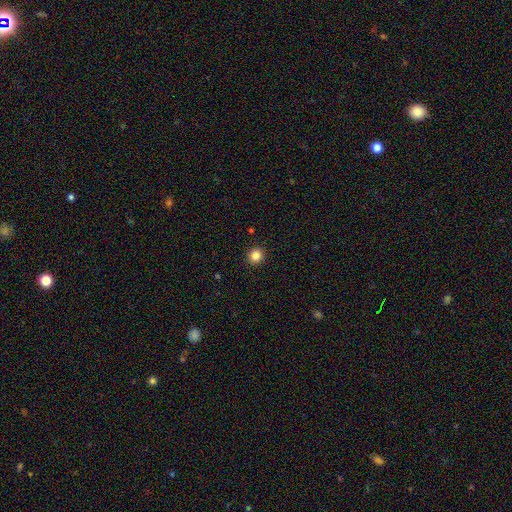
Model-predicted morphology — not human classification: The model was most divided on "smooth or featured": smooth: 85%, star or artifact: 11%, featured or disk: 4%. More confident: merging — none (93%); how rounded — round (92%).